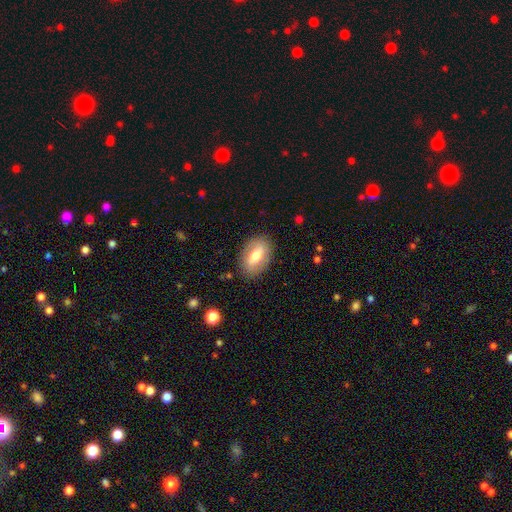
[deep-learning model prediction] A smooth galaxy with no disk features (54%) that is in between round and cigar-shaped (86%).

Vote fractions:
- Smooth or featured? smooth: 54% / featured or disk: 39% / star or artifact: 7%
- How rounded? in between: 86% / round: 10% / cigar-shaped: 3%
- Merging? none: 85% / minor disturbance: 11% / major disturbance: 3% / merger: 1%